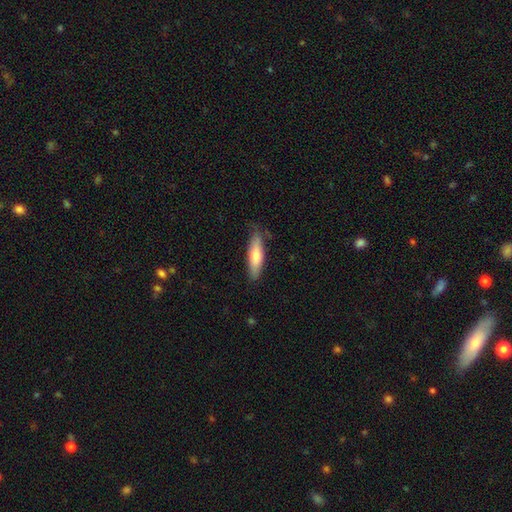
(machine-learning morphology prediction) Overall: smooth (70%). How rounded: cigar-shaped (65%; in between 33%). Merging: none (78%).